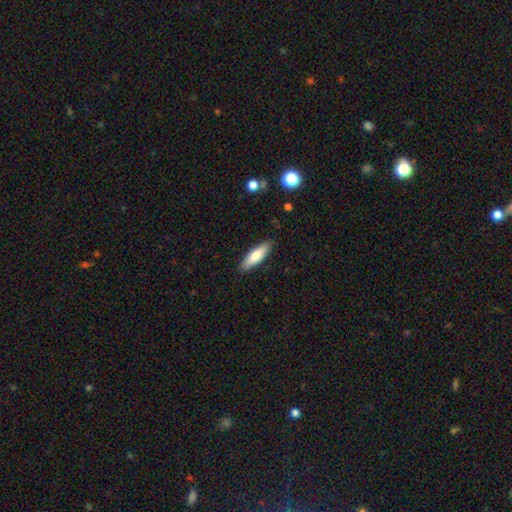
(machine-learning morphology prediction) smooth 73%, featured or disk 22%, star or artifact 5%. Down the decision tree: how rounded — cigar-shaped (60%); merging — none (88%).